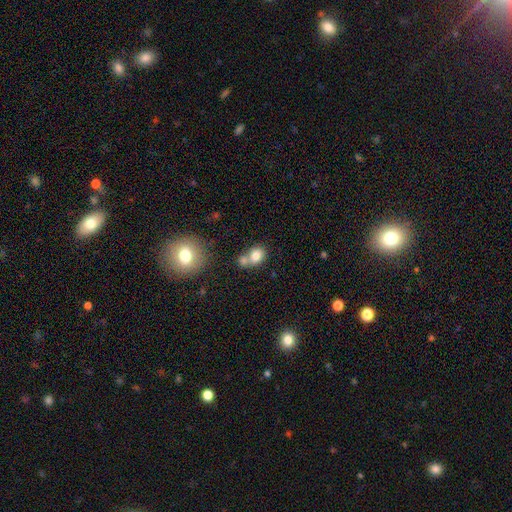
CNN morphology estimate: This is likely a smooth galaxy (79%). How rounded: possibly round (55%). Merging: possibly merger (51%).